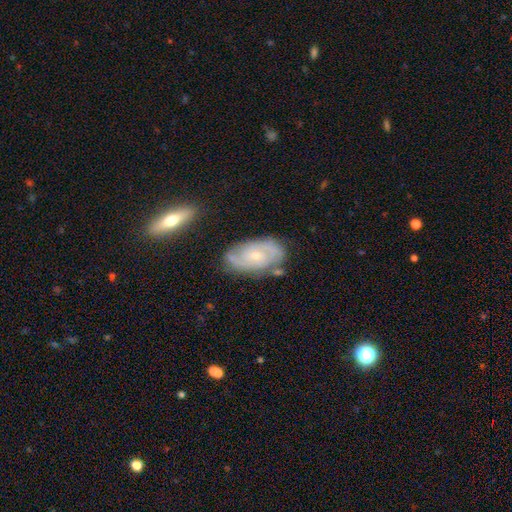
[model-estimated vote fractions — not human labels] Smooth or featured: featured or disk — 75% (smooth — 19%)
Edge-on disk: no — 95% (yes — 5%)
Bar: no — 66% (weak — 29%)
Spiral arms: yes — 91% (no — 9%)
Spiral winding: tight — 51% (medium — 37%)
Spiral arm count: 2 — 55% (can't tell — 25%)
Bulge size: small — 66% (moderate — 30%)
Merging: none — 70% (minor disturbance — 20%)